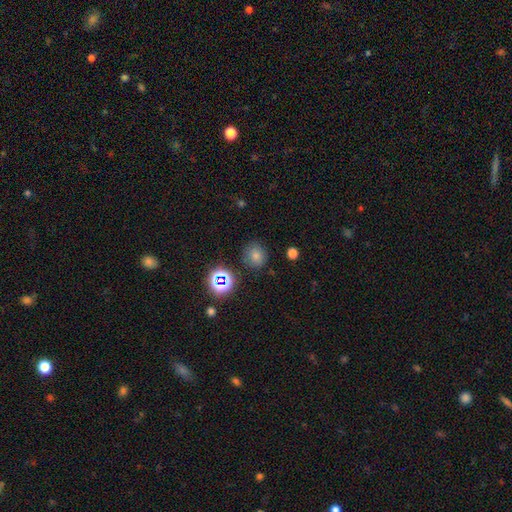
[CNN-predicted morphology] This is possibly a smooth galaxy (57%). How rounded: clearly round (84%). Merging: clearly none (85%).